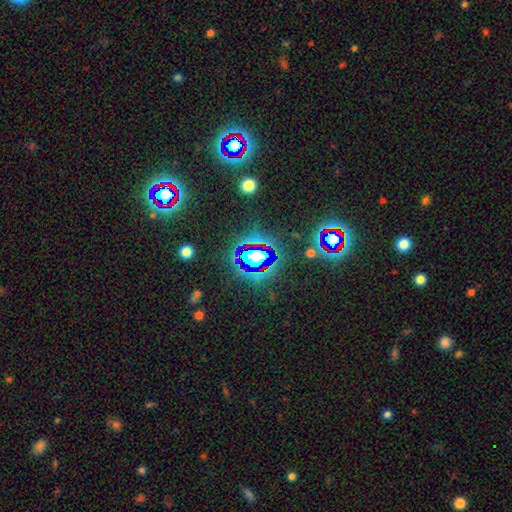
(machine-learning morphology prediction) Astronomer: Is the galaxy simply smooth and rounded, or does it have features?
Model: star or artifact — 67%.